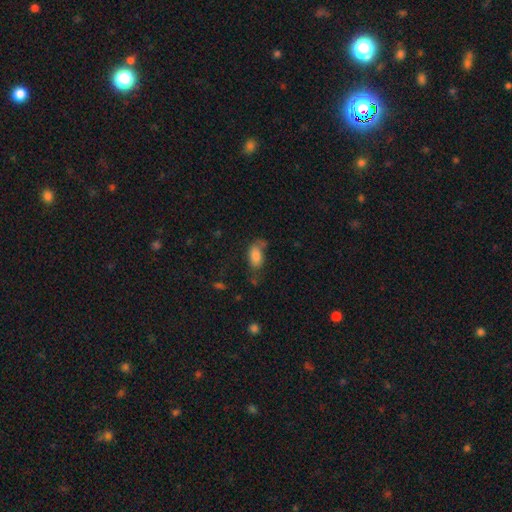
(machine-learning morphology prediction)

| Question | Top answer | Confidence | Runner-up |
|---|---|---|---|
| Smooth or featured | smooth | 81% | featured or disk (10%) |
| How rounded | in between | 91% | round (5%) |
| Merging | none | 47% | minor disturbance (27%) |